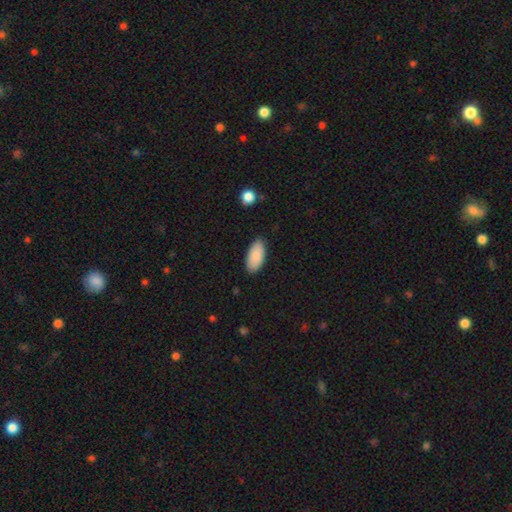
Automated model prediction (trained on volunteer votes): This appears to be a smooth galaxy with no disk features (89%) that is in between round and cigar-shaped (93%). Merging: none (87%).